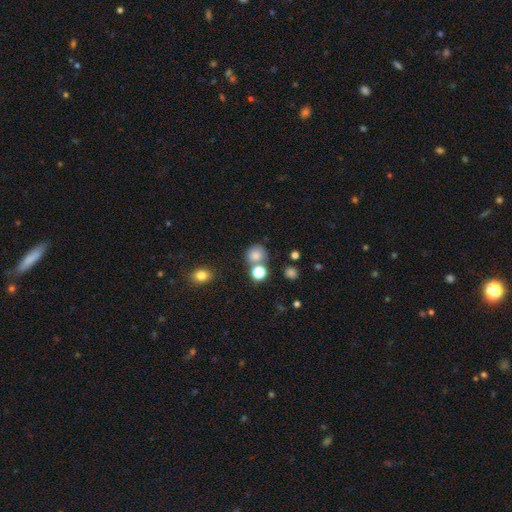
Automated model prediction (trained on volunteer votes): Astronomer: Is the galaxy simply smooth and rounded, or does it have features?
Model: smooth — 79%.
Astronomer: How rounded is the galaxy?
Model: round — 84%.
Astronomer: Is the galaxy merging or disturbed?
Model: none — 64%.